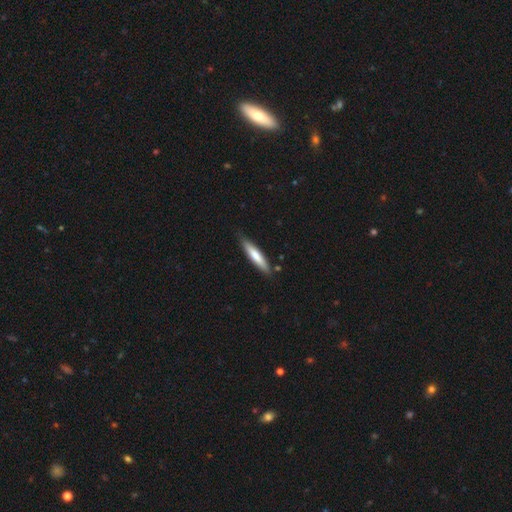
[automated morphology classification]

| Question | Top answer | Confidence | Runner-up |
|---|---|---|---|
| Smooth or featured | smooth | 70% | featured or disk (25%) |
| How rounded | cigar-shaped | 85% | in between (14%) |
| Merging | none | 83% | minor disturbance (13%) |